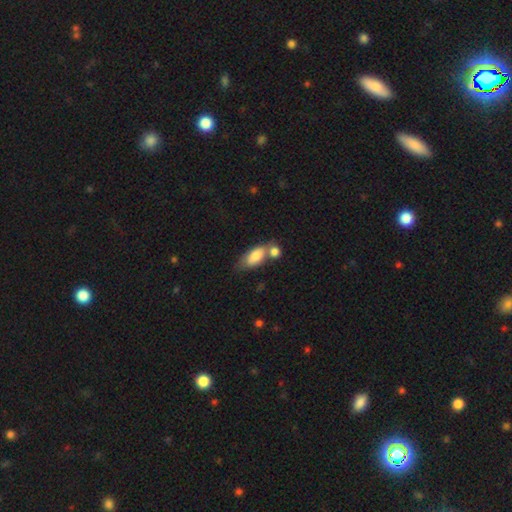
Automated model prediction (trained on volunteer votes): A smooth galaxy with no disk features (79%) that is in between round and cigar-shaped (85%).

Vote fractions:
- Smooth or featured? smooth: 79% / featured or disk: 14% / star or artifact: 7%
- How rounded? in between: 85% / cigar-shaped: 11% / round: 4%
- Merging? merger: 42% / none: 36% / minor disturbance: 15% / major disturbance: 6%